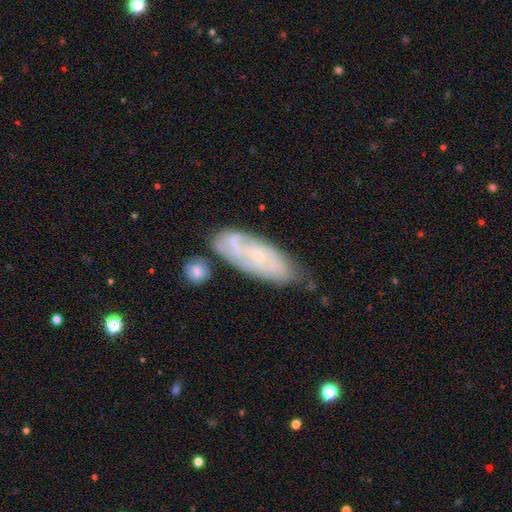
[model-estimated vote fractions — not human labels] A featured or disk galaxy (68%) with no bar (74%), tight (62%) spiral arms (84%) and a small central bulge (78%).

Vote fractions:
- Smooth or featured? featured or disk: 68% / smooth: 24% / star or artifact: 8%
- Edge-on disk? no: 88% / yes: 12%
- Bar? no: 74% / weak: 22% / strong: 4%
- Spiral arms? yes: 84% / no: 16%
- Spiral winding? tight: 62% / medium: 29% / loose: 9%
- Spiral arm count? can't tell: 50% / 2: 26% / 3: 12% / 4: 6% / 1: 4% / more than 4: 3%
- Bulge size? small: 78% / moderate: 16% / none: 4% / large: 1% / dominant: 1%
- Merging? none: 57% / minor disturbance: 25% / merger: 11% / major disturbance: 7%